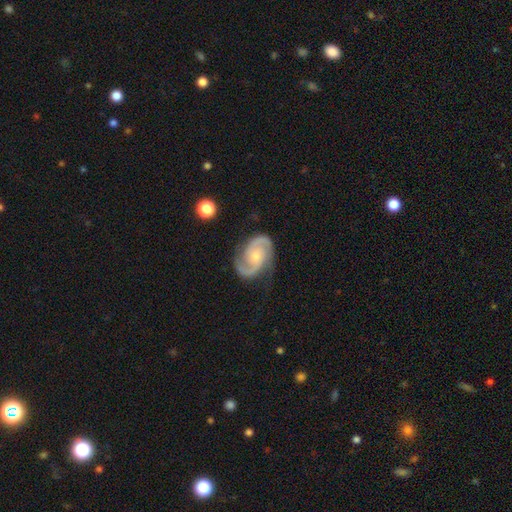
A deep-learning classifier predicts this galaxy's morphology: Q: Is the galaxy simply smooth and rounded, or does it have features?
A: featured or disk — 91%.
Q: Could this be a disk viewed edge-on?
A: no — 98%.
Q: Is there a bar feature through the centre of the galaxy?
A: no — 65%.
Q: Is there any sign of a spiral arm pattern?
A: yes — 98%.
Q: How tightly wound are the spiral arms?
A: medium — 58%.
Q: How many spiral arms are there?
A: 2 — 94%.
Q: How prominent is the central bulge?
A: small — 52%.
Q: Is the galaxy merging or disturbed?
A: none — 82%.